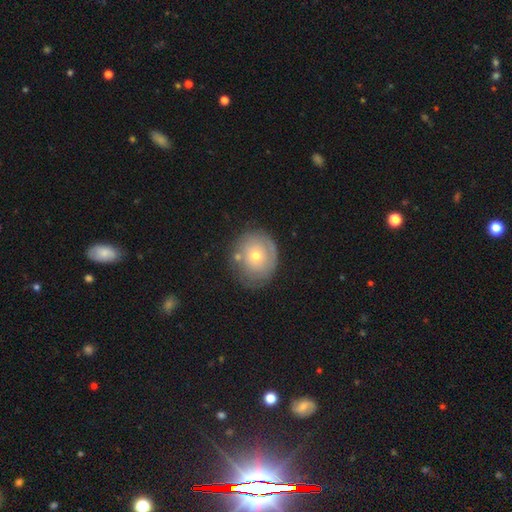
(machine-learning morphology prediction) Overall: smooth (51%; featured or disk 40%). How rounded: round (76%). Merging: none (67%).